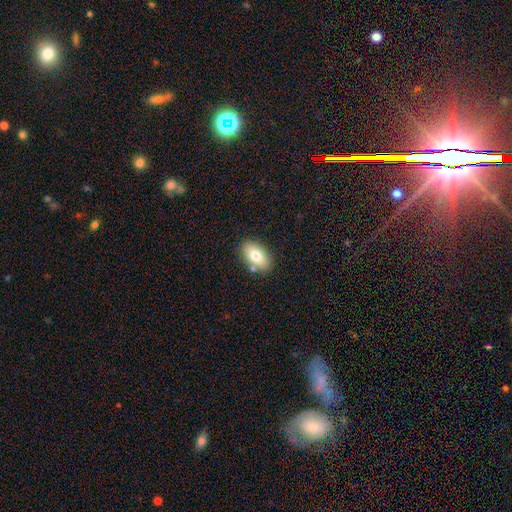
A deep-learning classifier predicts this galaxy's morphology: This appears to be a smooth galaxy with no disk features (75%) that is in between round and cigar-shaped (91%). Merging: none (81%).